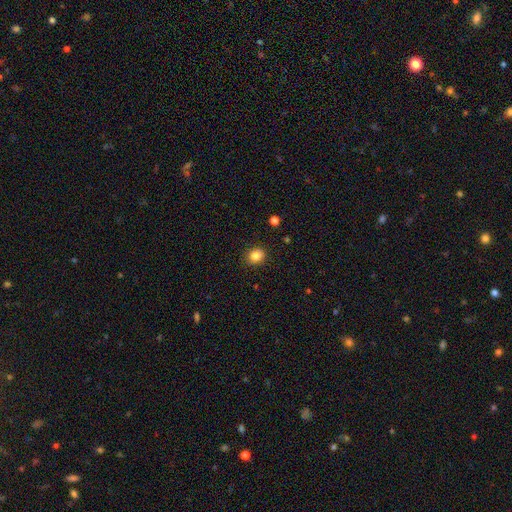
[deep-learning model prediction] Overall: smooth (84%). How rounded: round (66%; in between 33%). Merging: none (89%).